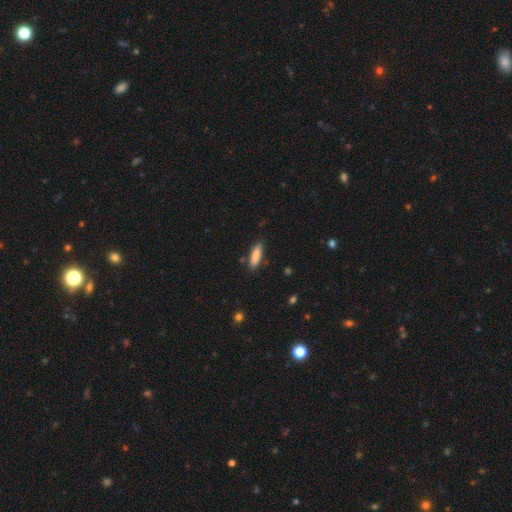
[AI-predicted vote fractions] Smooth or featured: smooth — 85% (featured or disk — 8%)
How rounded: cigar-shaped — 58% (in between — 40%)
Merging: none — 81% (minor disturbance — 13%)